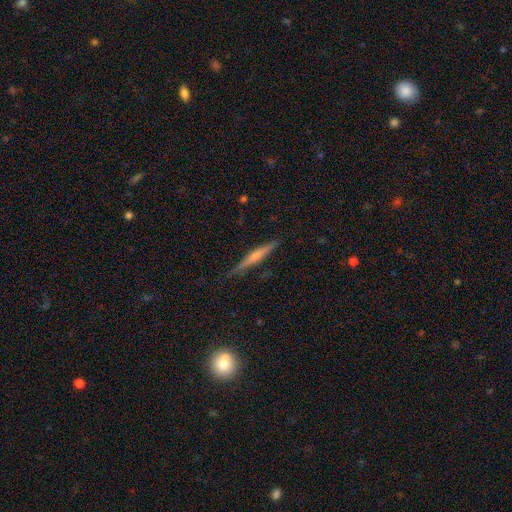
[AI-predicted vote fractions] smooth_or_featured: featured or disk (p=0.59) [alt: smooth p=0.34]
disk_edge_on: yes (p=0.97) [alt: no p=0.03]
edge_on_bulge: rounded (p=0.61) [alt: none p=0.27]
merging: none (p=0.86) [alt: minor disturbance p=0.11]